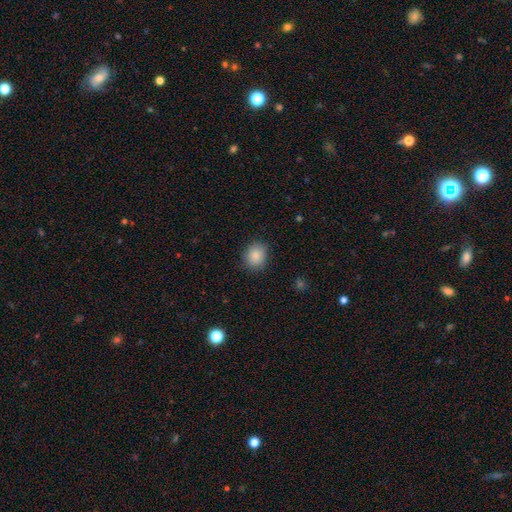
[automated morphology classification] The model was most divided on "how rounded": round: 64%, in between: 35%, cigar-shaped: 1%. More confident: smooth or featured — smooth (87%); merging — none (85%).